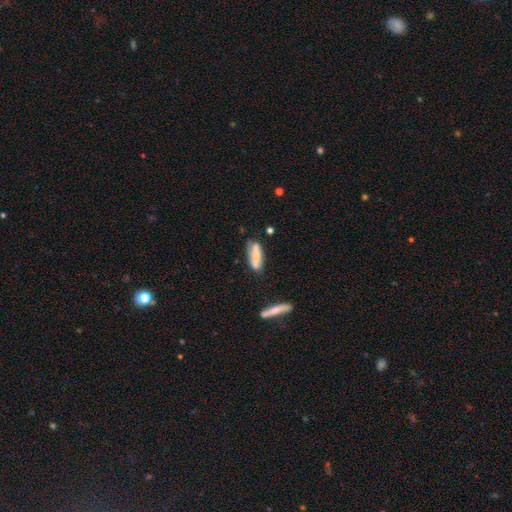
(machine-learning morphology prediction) The model was most divided on "how rounded": in between: 50%, cigar-shaped: 48%, round: 2%. More confident: smooth or featured — smooth (69%); merging — none (58%).